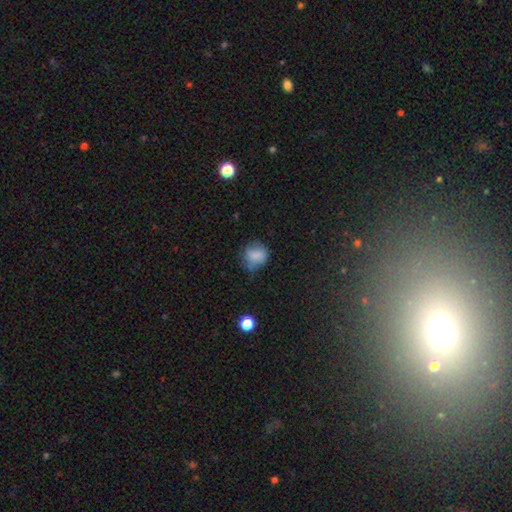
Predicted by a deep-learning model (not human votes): This appears to be a smooth galaxy with no disk features (80%) that is round (69%). Merging: none (60%).